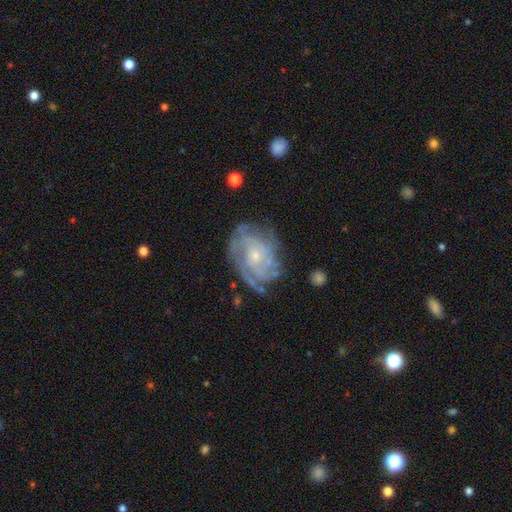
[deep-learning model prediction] Smooth or featured? featured or disk (83%)
Edge-on disk? no (97%)
Bar? no (76%)
Spiral arms? yes (93%)
Spiral winding? tight (65%)
Spiral arm count? can't tell (39%)
Bulge size? small (65%)
Merging? none (68%)